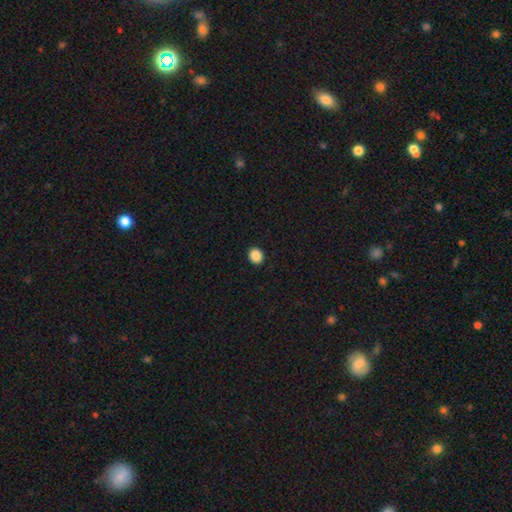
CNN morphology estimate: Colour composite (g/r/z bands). It shows a smooth galaxy with no disk features (88%) that is round (72%). Merging: none (92%).